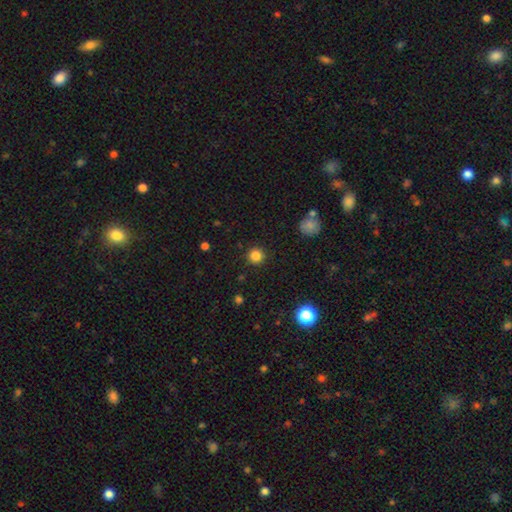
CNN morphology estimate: Smooth or featured? smooth (84%)
How rounded? round (95%)
Merging? none (91%)